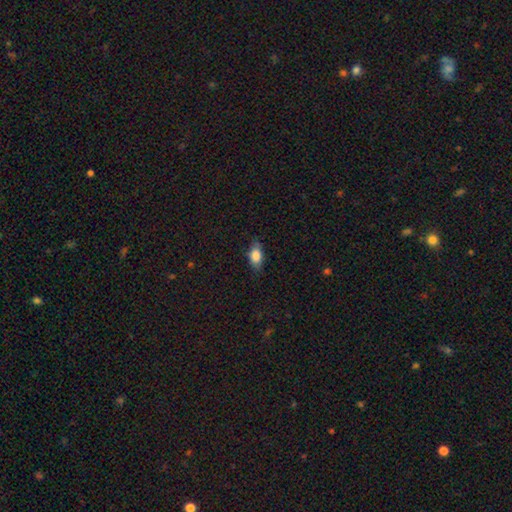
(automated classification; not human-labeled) Q: Smooth or featured?
A: smooth (82%); runner-up: featured or disk (10%)
Q: How rounded?
A: in between (84%); runner-up: cigar-shaped (10%)
Q: Merging?
A: none (81%); runner-up: minor disturbance (15%)